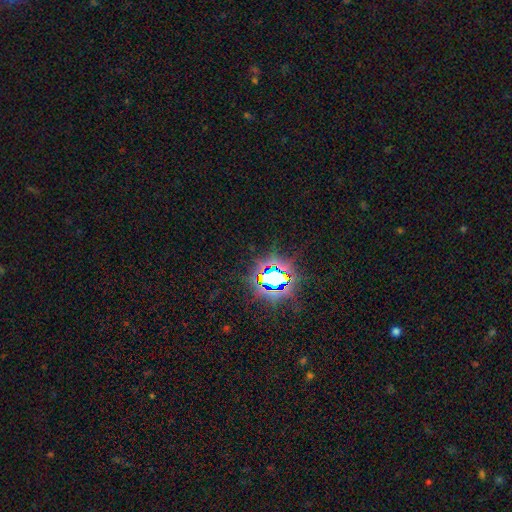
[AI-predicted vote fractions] Smooth or featured? star or artifact (81%)